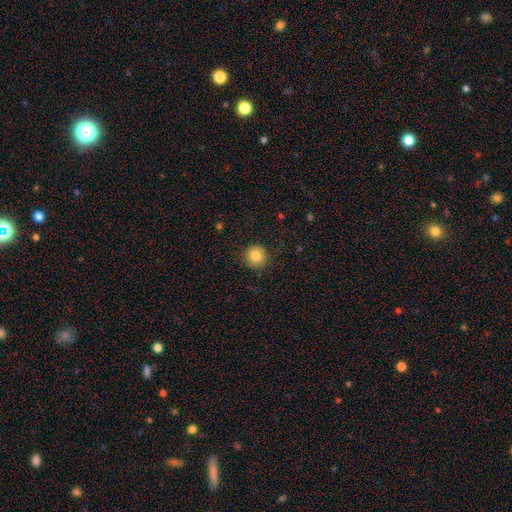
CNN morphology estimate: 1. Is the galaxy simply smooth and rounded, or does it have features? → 84% smooth, 9% star or artifact, 7% featured or disk.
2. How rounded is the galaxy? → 92% round, 7% in between, 1% cigar-shaped.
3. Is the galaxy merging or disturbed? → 88% none, 8% minor disturbance, 3% major disturbance, 1% merger.